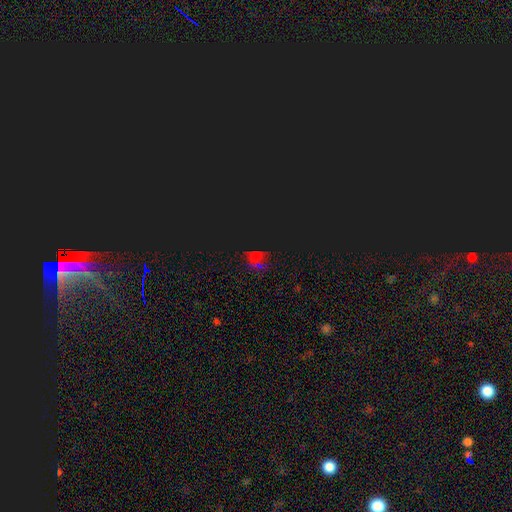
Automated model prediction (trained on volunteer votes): Smooth or featured? Predicted: star or artifact (p=0.68).